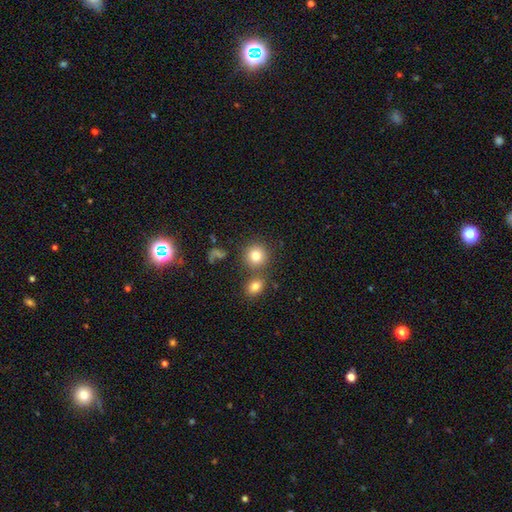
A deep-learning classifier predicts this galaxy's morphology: type=smooth (81%); roundness=round (88%); merging=none (72%).